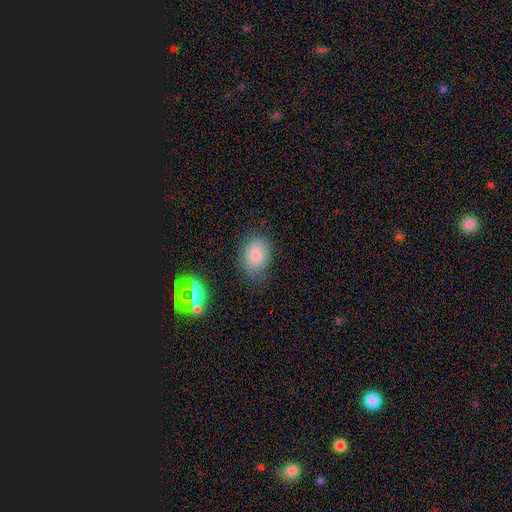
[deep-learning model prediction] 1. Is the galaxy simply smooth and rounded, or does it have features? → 80% smooth, 12% star or artifact, 8% featured or disk.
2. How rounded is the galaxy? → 76% in between, 23% round, 1% cigar-shaped.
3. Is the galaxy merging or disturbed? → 71% none, 21% minor disturbance, 6% major disturbance, 2% merger.